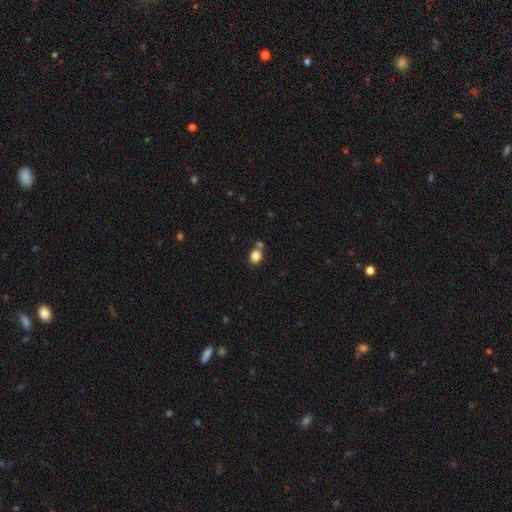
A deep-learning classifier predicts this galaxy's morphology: A smooth galaxy with no disk features (84%) that is round (66%). Merging: none (64%).